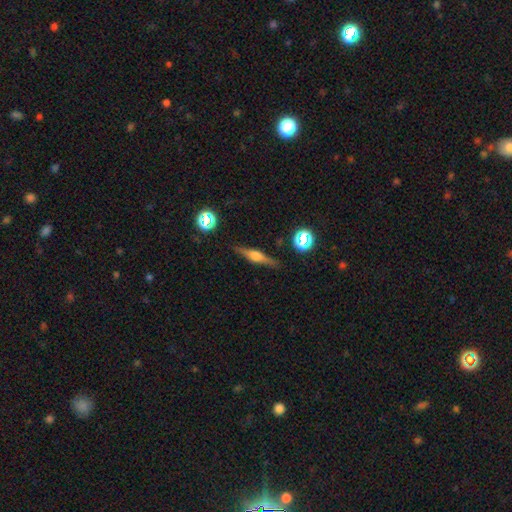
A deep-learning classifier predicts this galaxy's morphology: Q: Smooth or featured?
A: featured or disk (68%); runner-up: smooth (23%)
Q: Edge-on disk?
A: yes (97%); runner-up: no (3%)
Q: Edge-on bulge?
A: rounded (86%); runner-up: boxy (11%)
Q: Merging?
A: none (88%); runner-up: minor disturbance (8%)